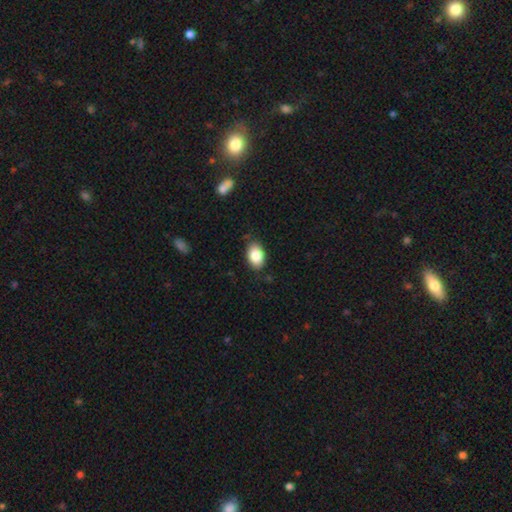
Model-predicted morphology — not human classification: This appears to be a smooth galaxy with no disk features (85%) that is in between round and cigar-shaped (87%). Merging: none (81%).